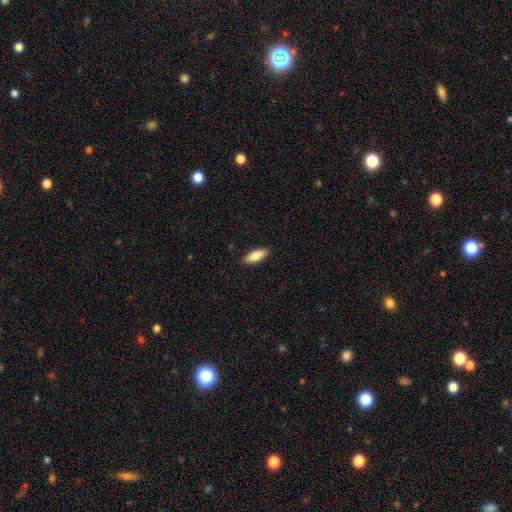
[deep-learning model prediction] A smooth galaxy with no disk features (81%) that is in between round and cigar-shaped (70%). Merging: none (89%).